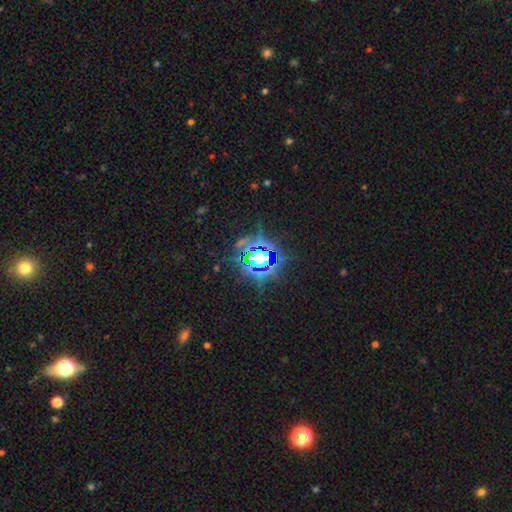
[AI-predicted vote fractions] Q: Smooth or featured?
A: star or artifact (81%); runner-up: smooth (10%)